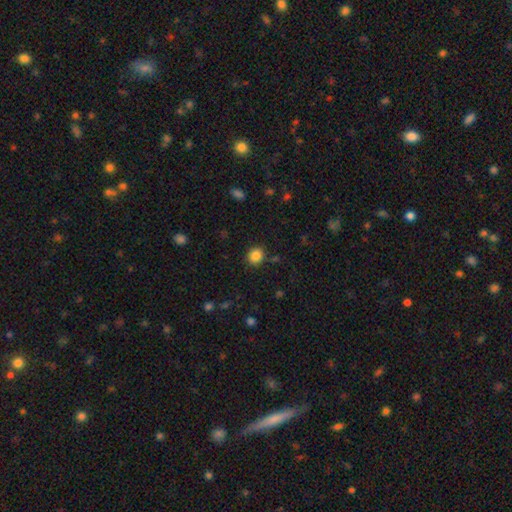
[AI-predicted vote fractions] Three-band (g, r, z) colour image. It shows a smooth galaxy with no disk features (85%) that is round (83%). Merging: none (87%).